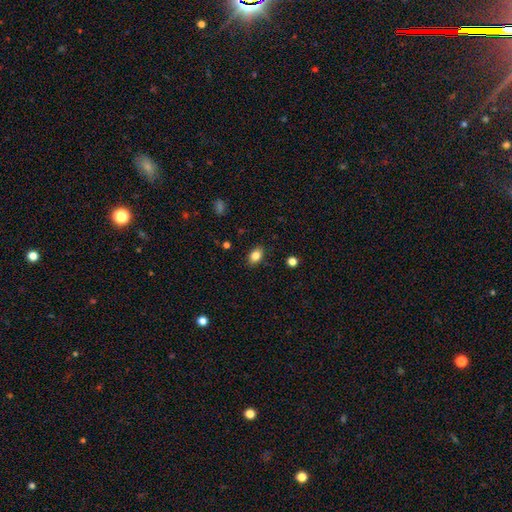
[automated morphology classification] Smooth or featured? Predicted: smooth (p=0.83). How rounded? Predicted: in between (p=0.82). Merging? Predicted: none (p=0.86).